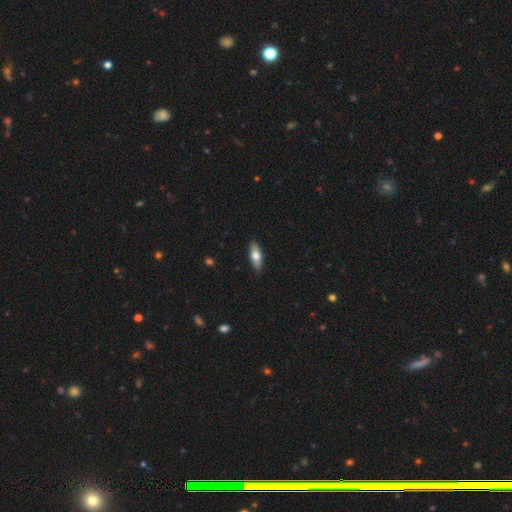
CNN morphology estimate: The model was most divided on "how rounded": in between: 61%, cigar-shaped: 37%, round: 3%. More confident: merging — none (89%); smooth or featured — smooth (65%).